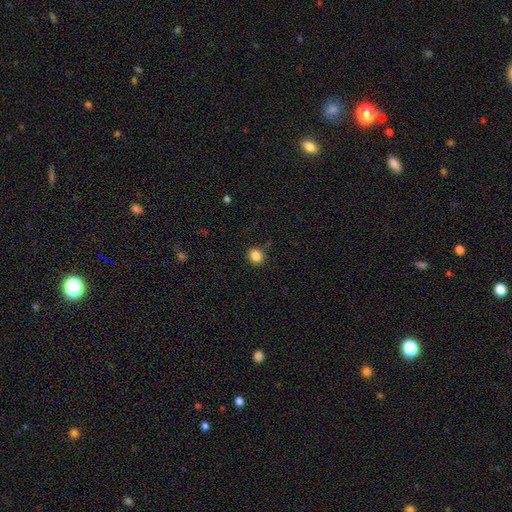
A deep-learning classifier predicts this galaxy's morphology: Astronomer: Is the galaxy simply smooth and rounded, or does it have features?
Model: smooth — 85%.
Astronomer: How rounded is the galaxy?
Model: round — 82%.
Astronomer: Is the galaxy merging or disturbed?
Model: none — 81%.